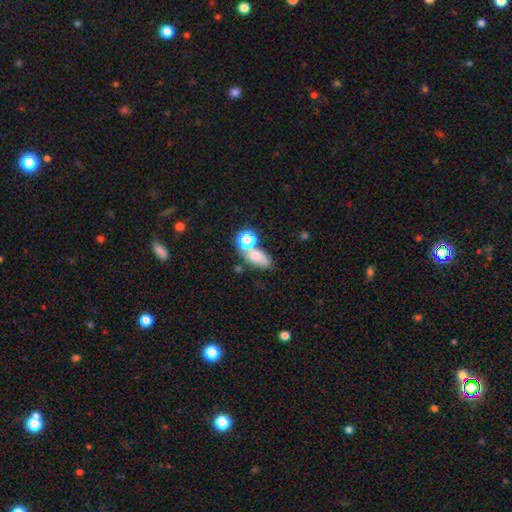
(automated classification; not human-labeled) Morphology: type=smooth (68%); roundness=in between (76%); merging=none (43%).